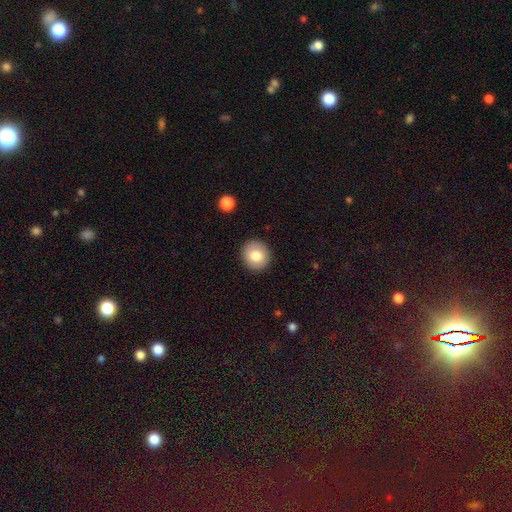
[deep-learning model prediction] This is likely a smooth galaxy (80%). How rounded: clearly round (84%). Merging: clearly none (91%).